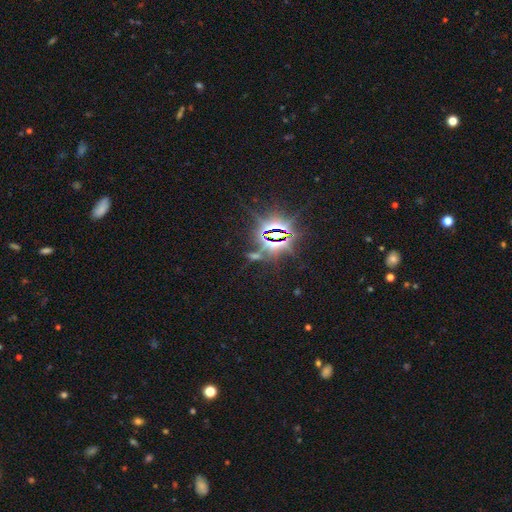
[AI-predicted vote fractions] Morphology: type=star or artifact (85%).